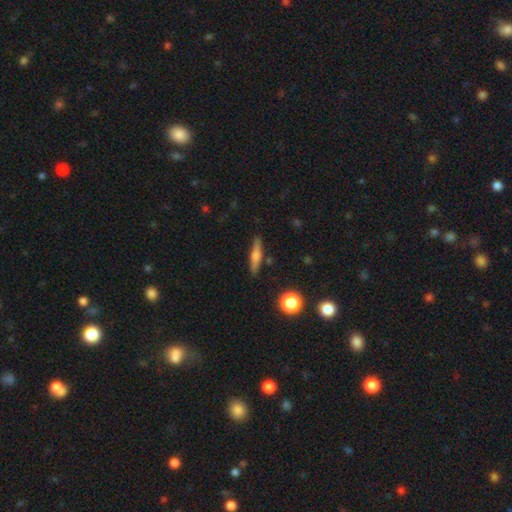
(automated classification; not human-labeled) smooth-or-featured: smooth: 49% | featured or disk: 43% | star or artifact: 8%
  merging: none: 87% | minor disturbance: 9% | major disturbance: 2% | merger: 2%